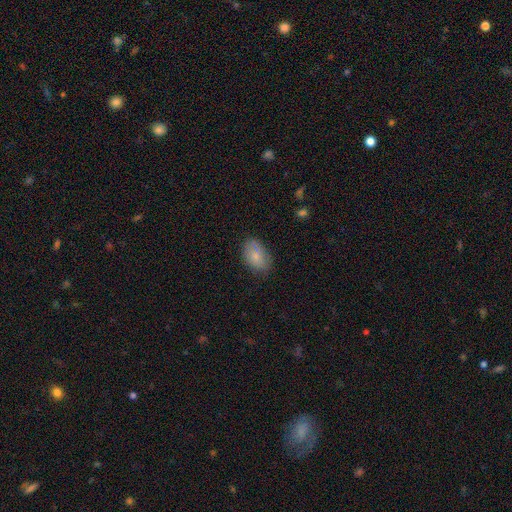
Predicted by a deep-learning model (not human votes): smooth 78%, featured or disk 14%, star or artifact 7%. Down the decision tree: how rounded — in between (88%); merging — none (74%).